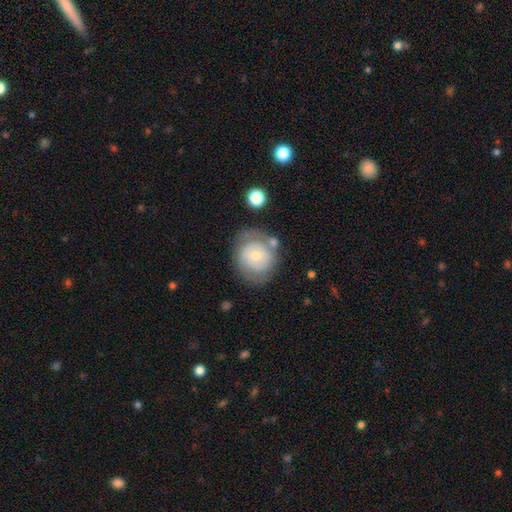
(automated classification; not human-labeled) Smooth or featured? Predicted: smooth (p=0.47). Merging? Predicted: none (p=0.62).